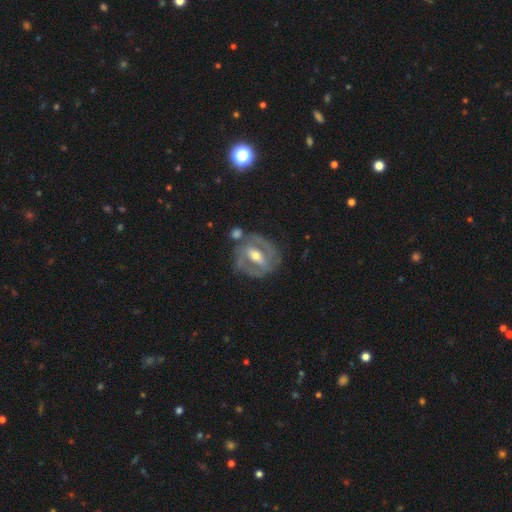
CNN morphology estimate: smooth-or-featured: featured or disk: 80% | smooth: 14% | star or artifact: 6%
  disk-edge-on: no: 94% | yes: 6%
    bar: strong: 50% | weak: 34% | no: 15%
    has-spiral-arms: yes: 72% | no: 28%
      spiral-winding: tight: 52% | medium: 36% | loose: 11%
      spiral-arm-count: 2: 68% | can't tell: 18% | 1: 6% | 3: 5% | 4: 2% | more than 4: 1%
    bulge-size: moderate: 65% | small: 30% | large: 3% | none: 1% | dominant: 1%
  merging: none: 67% | minor disturbance: 17% | merger: 8% | major disturbance: 8%